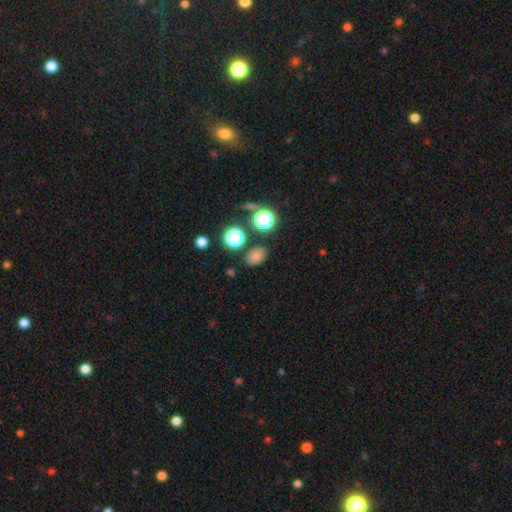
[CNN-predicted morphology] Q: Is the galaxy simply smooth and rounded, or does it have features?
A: smooth — 73%.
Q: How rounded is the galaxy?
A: in between — 65%.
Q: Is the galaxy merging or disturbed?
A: none — 77%.